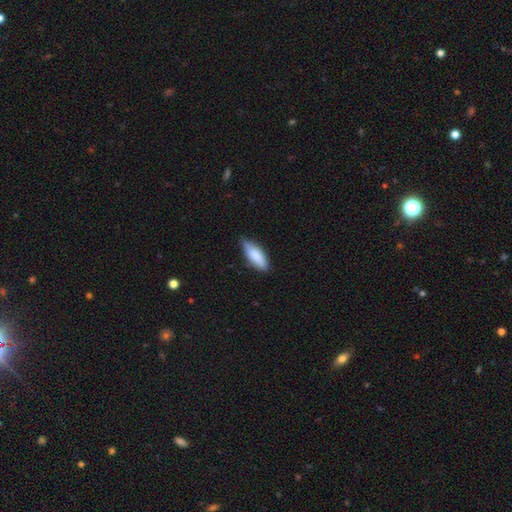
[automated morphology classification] This appears to be a smooth galaxy with no disk features (82%) that is in between round and cigar-shaped (68%). Merging: none (69%).